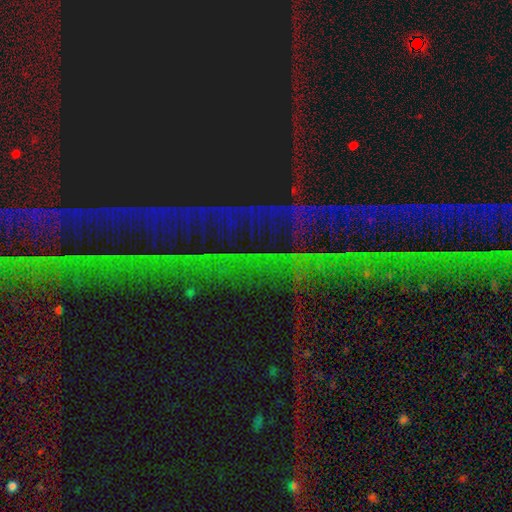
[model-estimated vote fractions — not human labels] Overall: star or artifact (87%).